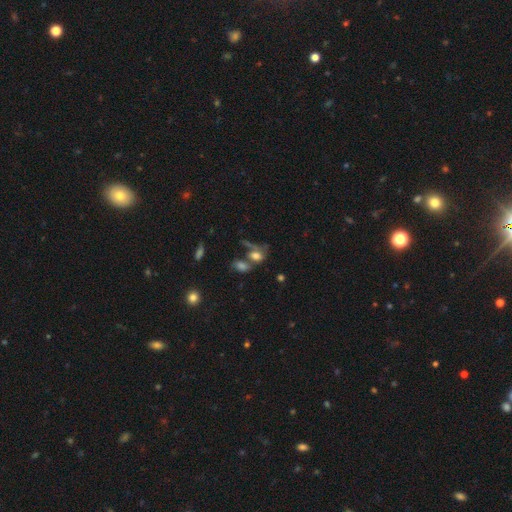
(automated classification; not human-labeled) smooth_or_featured: smooth (p=0.60) [alt: featured or disk p=0.25]
how_rounded: in between (p=0.75) [alt: round p=0.22]
merging: merger (p=0.46) [alt: none p=0.25]